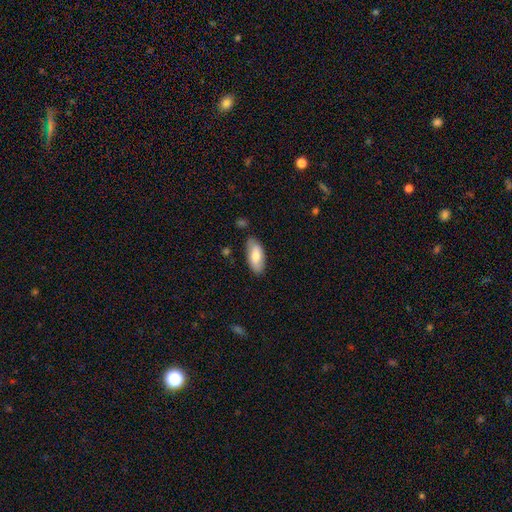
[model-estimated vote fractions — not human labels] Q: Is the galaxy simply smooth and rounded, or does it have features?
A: smooth — 74%.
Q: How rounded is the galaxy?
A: in between — 89%.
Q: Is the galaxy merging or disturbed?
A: none — 81%.